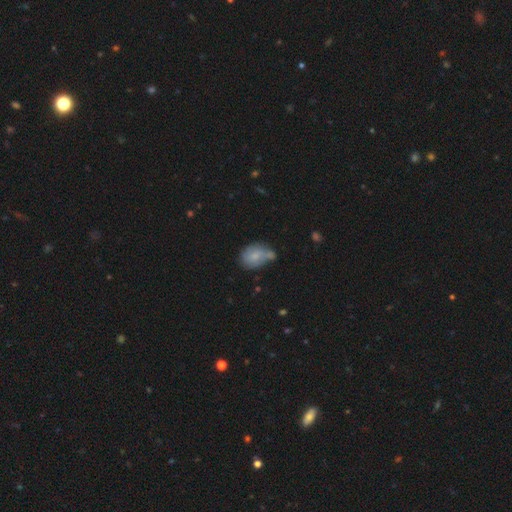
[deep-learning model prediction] Smooth or featured?
  - smooth: 72% *
  - featured or disk: 20%
  - star or artifact: 9%
How rounded?
  - in between: 71% *
  - round: 28%
  - cigar-shaped: 1%
Merging?
  - none: 37% *
  - minor disturbance: 29%
  - merger: 24%
  - major disturbance: 10%